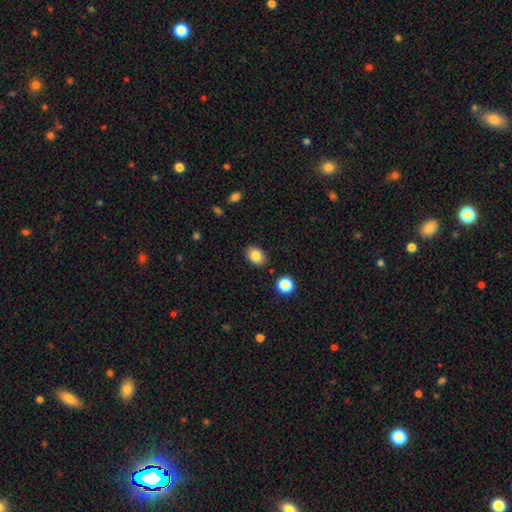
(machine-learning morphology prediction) smooth_or_featured: smooth (p=0.85) [alt: star or artifact p=0.09]
how_rounded: in between (p=0.70) [alt: round p=0.29]
merging: none (p=0.87) [alt: minor disturbance p=0.09]